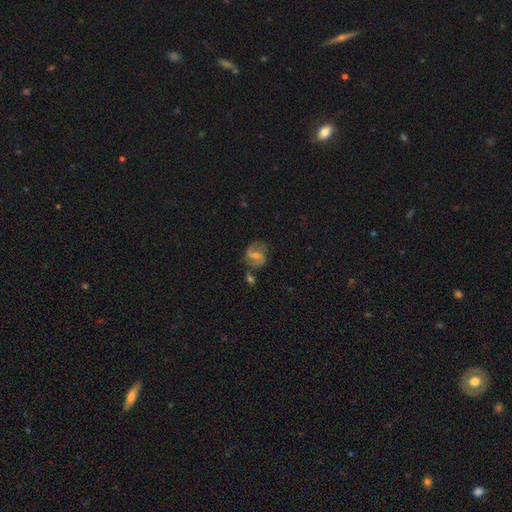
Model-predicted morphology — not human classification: smooth_or_featured: featured or disk (p=0.69) [alt: smooth p=0.21]
disk_edge_on: no (p=0.97) [alt: yes p=0.03]
bar: weak (p=0.50) [alt: no p=0.26]
has_spiral_arms: yes (p=0.88) [alt: no p=0.12]
spiral_winding: medium (p=0.49) [alt: loose p=0.28]
spiral_arm_count: 2 (p=0.83) [alt: can't tell p=0.09]
bulge_size: small (p=0.49) [alt: moderate p=0.43]
merging: none (p=0.67) [alt: minor disturbance p=0.16]